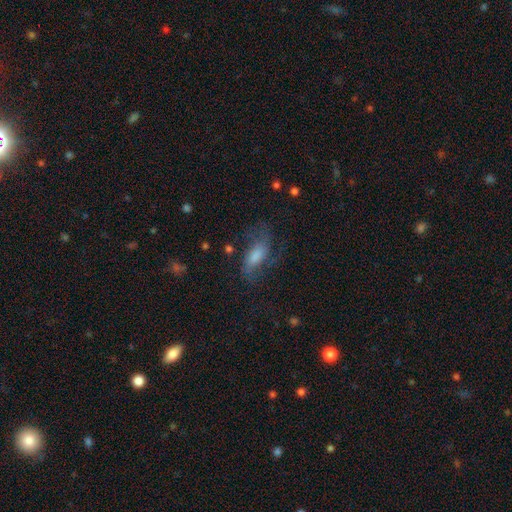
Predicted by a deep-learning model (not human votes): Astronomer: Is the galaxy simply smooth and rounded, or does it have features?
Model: featured or disk — 53% (runner-up: smooth, 35%).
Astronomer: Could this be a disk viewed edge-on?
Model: no — 88%.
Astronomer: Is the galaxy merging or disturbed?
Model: none — 56%.